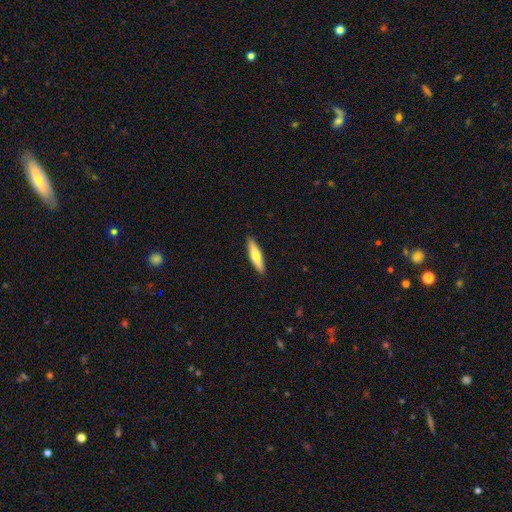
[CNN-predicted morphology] Smooth or featured?
  - smooth: 73% *
  - featured or disk: 22%
  - star or artifact: 5%
How rounded?
  - cigar-shaped: 71% *
  - in between: 28%
  - round: 2%
Merging?
  - none: 89% *
  - minor disturbance: 8%
  - major disturbance: 2%
  - merger: 1%